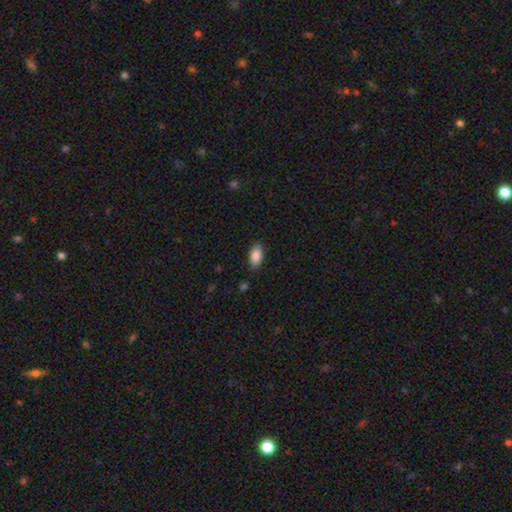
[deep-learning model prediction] A smooth galaxy with no disk features (88%) that is in between round and cigar-shaped (92%). Merging: none (85%).